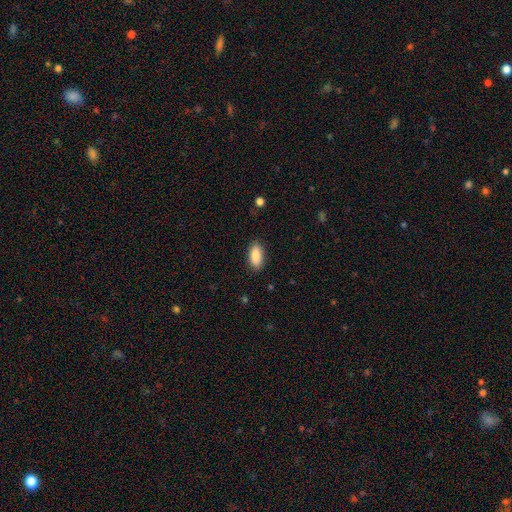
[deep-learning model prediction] Smooth or featured: smooth — 89% (star or artifact — 7%)
How rounded: in between — 89% (cigar-shaped — 9%)
Merging: none — 88% (minor disturbance — 9%)